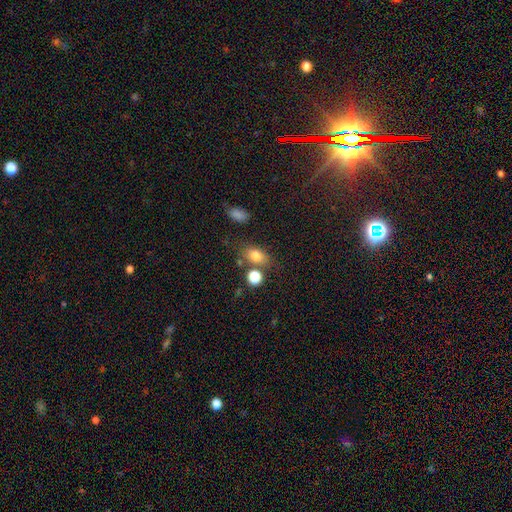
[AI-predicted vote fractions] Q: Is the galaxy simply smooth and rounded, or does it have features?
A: smooth — 77%.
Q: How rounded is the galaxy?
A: in between — 75%.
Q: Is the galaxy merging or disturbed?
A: none — 66%.